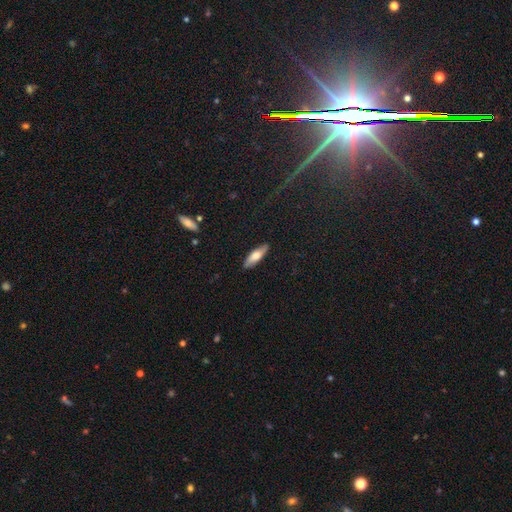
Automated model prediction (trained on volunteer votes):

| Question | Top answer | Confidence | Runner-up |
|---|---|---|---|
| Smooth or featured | smooth | 61% | featured or disk (33%) |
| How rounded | cigar-shaped | 58% | in between (40%) |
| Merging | none | 88% | minor disturbance (9%) |